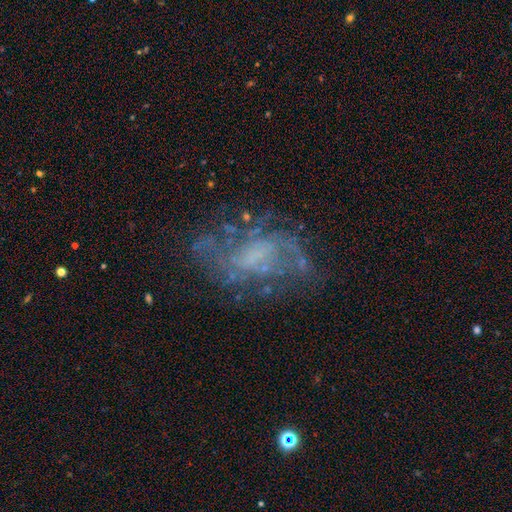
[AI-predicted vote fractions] The model was most divided on "bar": no: 56%, weak: 35%, strong: 9%. More confident: edge-on disk — no (96%); smooth or featured — featured or disk (72%); spiral arms — yes (64%); merging — none (57%); bulge size — none (50%).